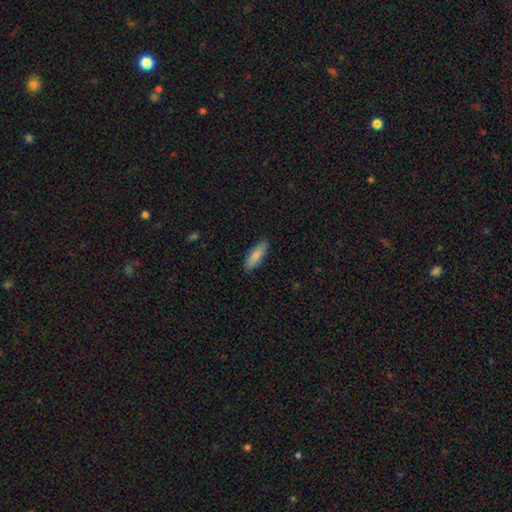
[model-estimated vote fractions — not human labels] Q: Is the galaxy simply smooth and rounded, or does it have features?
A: smooth — 86%.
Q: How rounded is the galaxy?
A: in between — 53%.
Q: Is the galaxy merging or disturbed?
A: none — 86%.